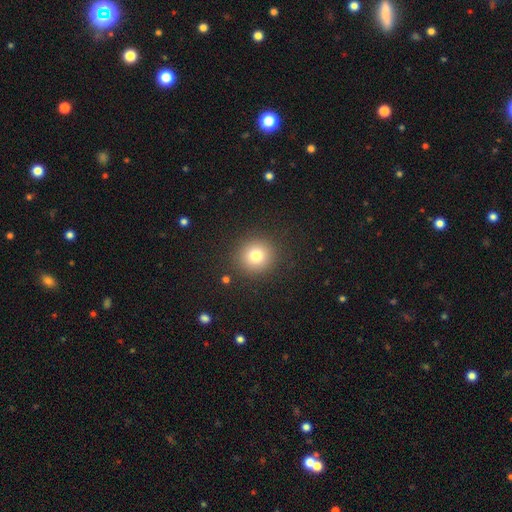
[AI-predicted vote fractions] Smooth or featured?
  - smooth: 79% *
  - star or artifact: 13%
  - featured or disk: 8%
How rounded?
  - round: 92% *
  - in between: 8%
  - cigar-shaped: 1%
Merging?
  - none: 90% *
  - minor disturbance: 6%
  - major disturbance: 3%
  - merger: 1%